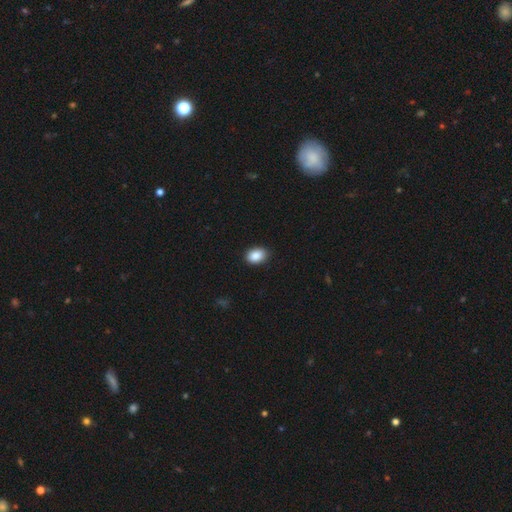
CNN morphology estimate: The model was most divided on "how rounded": in between: 76%, round: 23%, cigar-shaped: 1%. More confident: smooth or featured — smooth (88%); merging — none (88%).